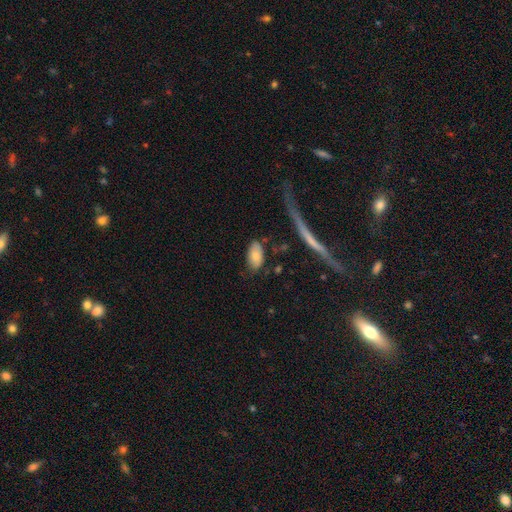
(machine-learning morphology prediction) This is likely a smooth galaxy (79%). How rounded: clearly in between (93%). Merging: likely none (72%).